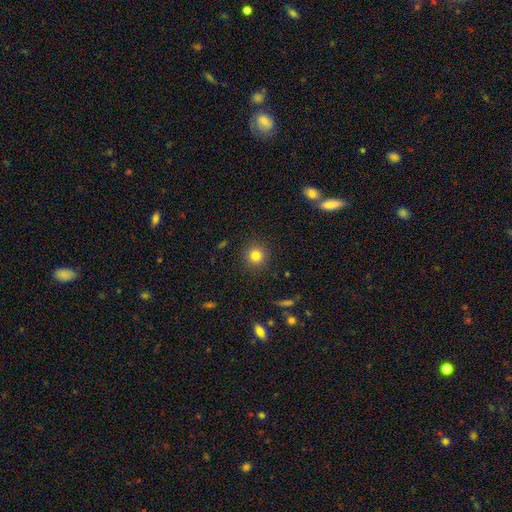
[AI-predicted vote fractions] smooth-or-featured: smooth: 81% | star or artifact: 13% | featured or disk: 7%
  how-rounded: round: 94% | in between: 5% | cigar-shaped: 1%
  merging: none: 91% | minor disturbance: 6% | major disturbance: 2% | merger: 1%